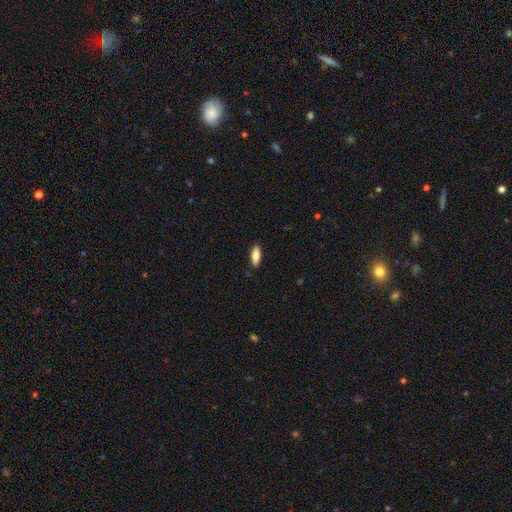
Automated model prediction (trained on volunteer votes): Smooth or featured? smooth (84%)
How rounded? in between (68%)
Merging? none (88%)